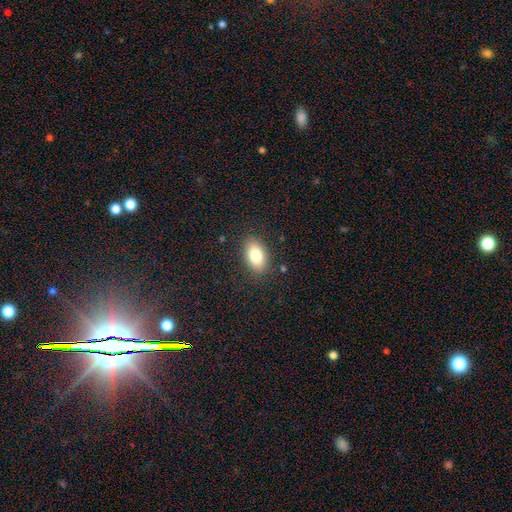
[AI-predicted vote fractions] smooth-or-featured: smooth: 82% | featured or disk: 10% | star or artifact: 8%
  how-rounded: in between: 89% | round: 9% | cigar-shaped: 2%
  merging: none: 85% | minor disturbance: 10% | major disturbance: 3% | merger: 1%